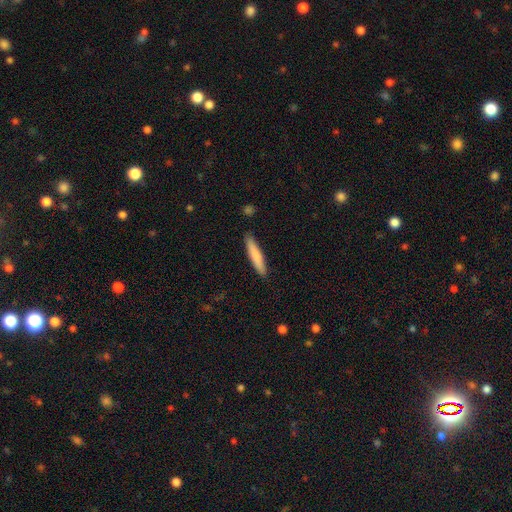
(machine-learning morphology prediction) Smooth or featured: smooth — 80% (featured or disk — 15%)
How rounded: cigar-shaped — 90% (in between — 9%)
Merging: none — 88% (minor disturbance — 9%)